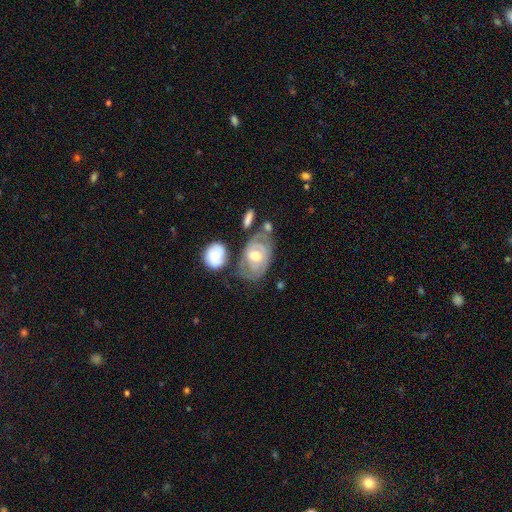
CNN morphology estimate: Smooth or featured?
  - featured or disk: 68% *
  - smooth: 26%
  - star or artifact: 6%
Edge-on disk?
  - no: 94% *
  - yes: 6%
Bar?
  - no: 67% *
  - weak: 26%
  - strong: 7%
Spiral arms?
  - yes: 74% *
  - no: 26%
Bulge size?
  - moderate: 72% *
  - small: 19%
  - large: 7%
  - none: 1%
  - dominant: 1%
Merging?
  - none: 48% *
  - minor disturbance: 24%
  - merger: 14%
  - major disturbance: 14%